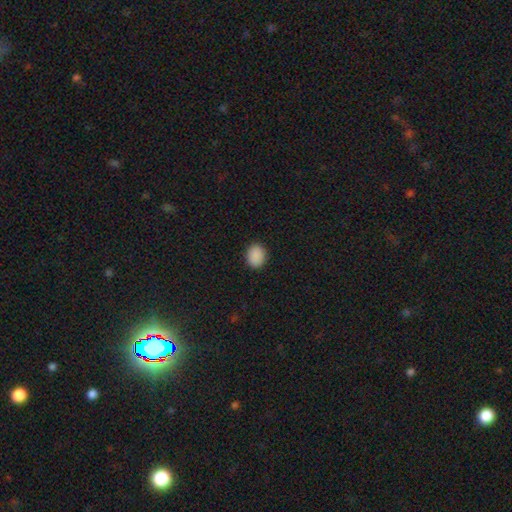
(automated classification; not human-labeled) This is clearly a smooth galaxy (89%). How rounded: possibly round (52%). Merging: clearly none (90%).